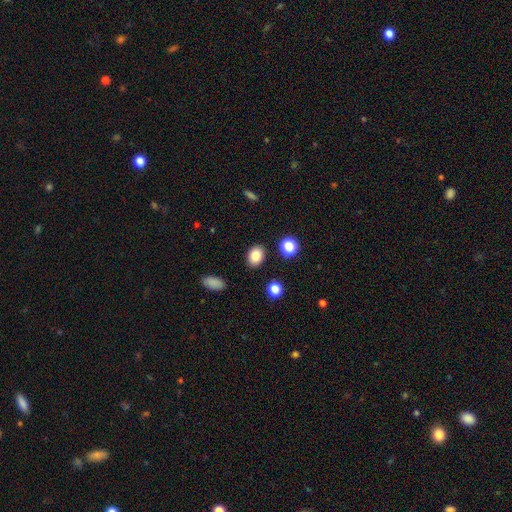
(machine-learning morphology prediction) The model was most divided on "how rounded": in between: 66%, round: 32%, cigar-shaped: 1%. More confident: merging — none (87%); smooth or featured — smooth (82%).